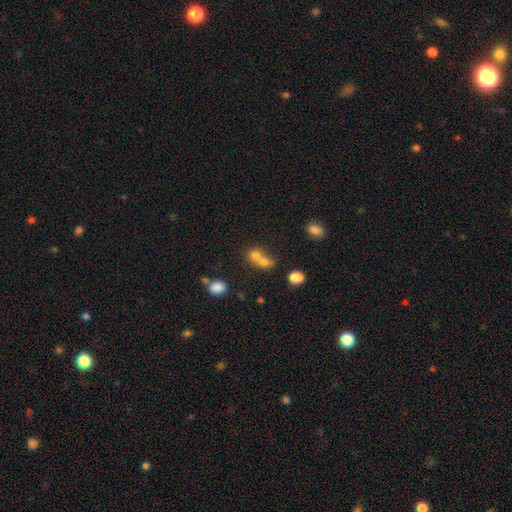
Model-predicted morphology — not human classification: Smooth or featured? smooth (71%)
How rounded? round (69%)
Merging? merger (65%)